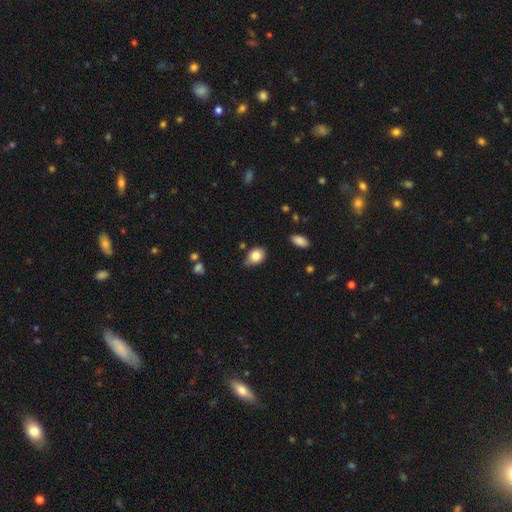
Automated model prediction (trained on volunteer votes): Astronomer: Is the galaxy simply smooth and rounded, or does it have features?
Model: smooth — 83%.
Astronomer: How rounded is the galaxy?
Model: in between — 68%.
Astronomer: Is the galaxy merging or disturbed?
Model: none — 60%.